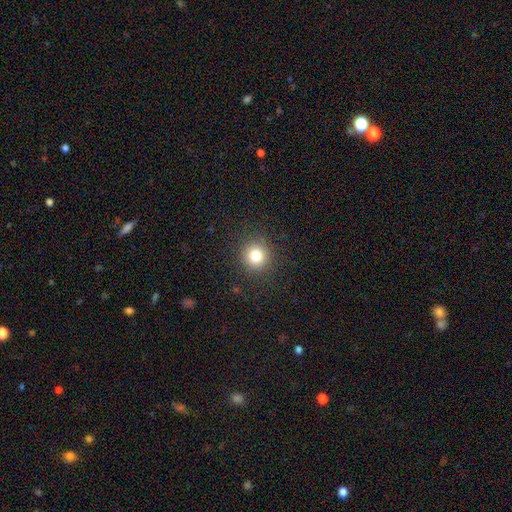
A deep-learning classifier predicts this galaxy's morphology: Smooth or featured?
  - smooth: 82% *
  - star or artifact: 12%
  - featured or disk: 6%
How rounded?
  - round: 92% *
  - in between: 7%
  - cigar-shaped: 1%
Merging?
  - none: 89% *
  - minor disturbance: 7%
  - major disturbance: 3%
  - merger: 1%